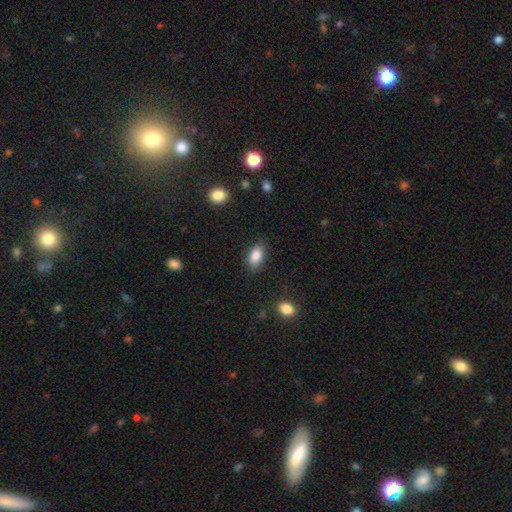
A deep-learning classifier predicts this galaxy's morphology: Smooth or featured? smooth (87%)
How rounded? in between (90%)
Merging? none (82%)